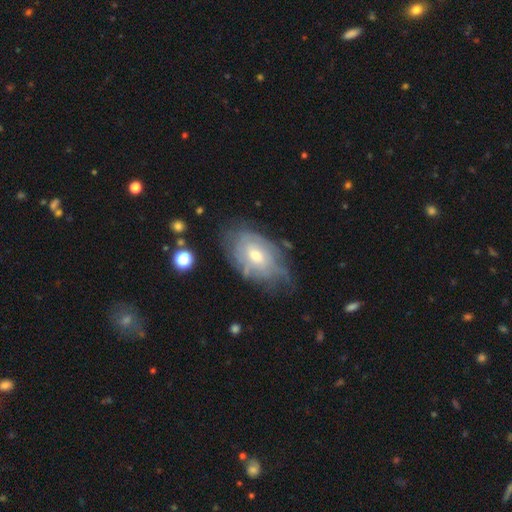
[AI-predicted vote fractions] Morphology: type=featured or disk (70%); edge-on=no (94%); bar=no (63%); spiral arms=yes (75%); bulge=moderate (55%); merging=none (57%).